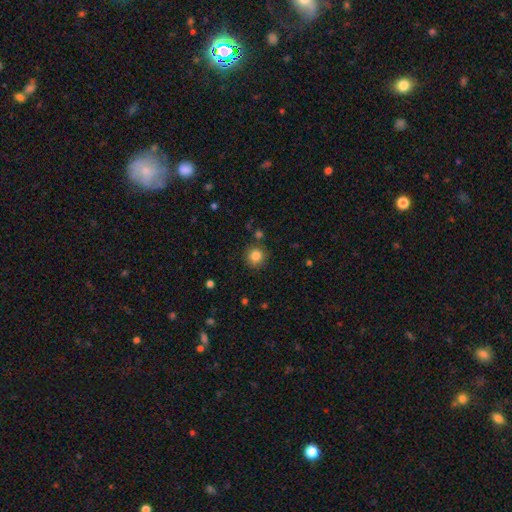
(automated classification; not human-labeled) smooth 84%, star or artifact 11%, featured or disk 5%. Down the decision tree: how rounded — round (93%); merging — none (86%).